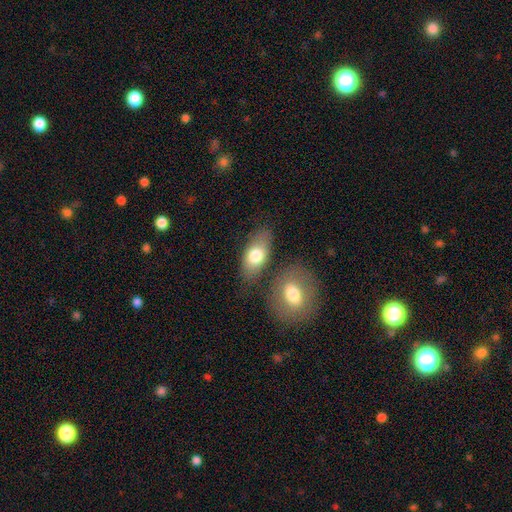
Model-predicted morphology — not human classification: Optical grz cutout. It shows a smooth galaxy with no disk features (74%) that is in between round and cigar-shaped (88%). Merging: none (68%).